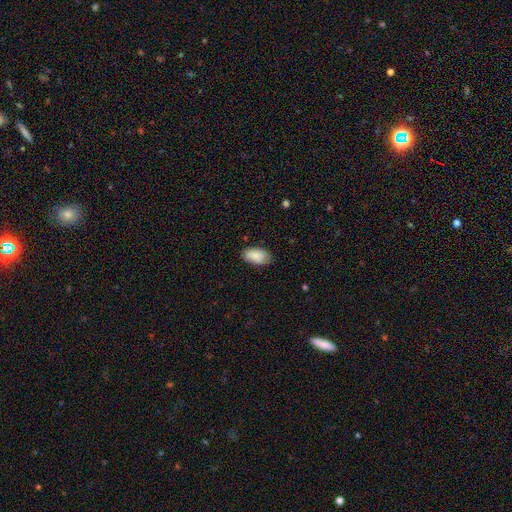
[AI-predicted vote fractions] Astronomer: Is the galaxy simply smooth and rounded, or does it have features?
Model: smooth — 86%.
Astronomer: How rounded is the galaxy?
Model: in between — 95%.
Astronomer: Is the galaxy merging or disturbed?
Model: none — 78%.